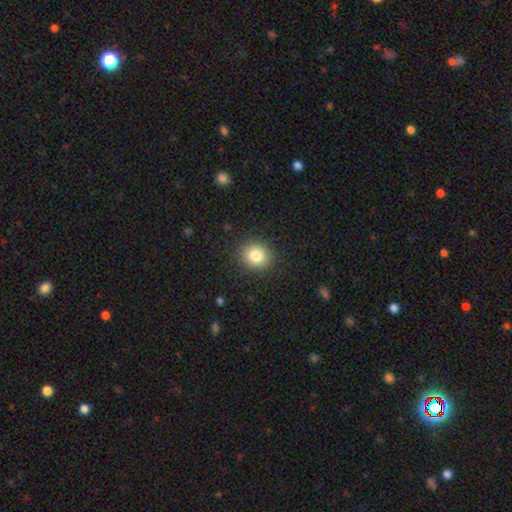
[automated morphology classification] Smooth or featured?
  - smooth: 82% *
  - star or artifact: 11%
  - featured or disk: 7%
How rounded?
  - round: 77% *
  - in between: 22%
  - cigar-shaped: 1%
Merging?
  - none: 89% *
  - minor disturbance: 8%
  - major disturbance: 2%
  - merger: 1%